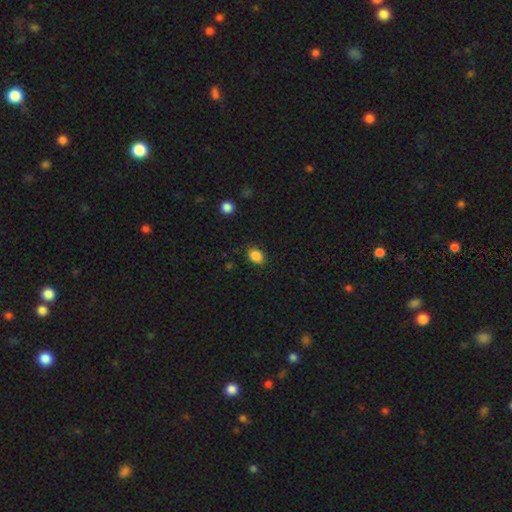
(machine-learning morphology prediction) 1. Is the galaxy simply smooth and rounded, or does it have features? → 86% smooth, 10% star or artifact, 4% featured or disk.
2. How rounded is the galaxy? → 66% in between, 33% round, 1% cigar-shaped.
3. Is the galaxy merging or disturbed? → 86% none, 10% minor disturbance, 2% major disturbance, 1% merger.